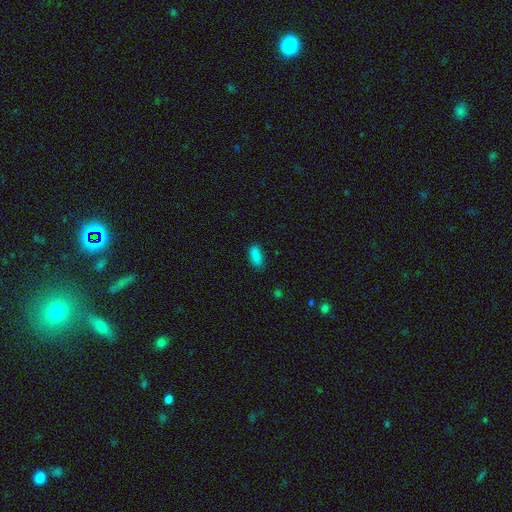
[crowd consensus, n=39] Morphology: type=smooth (90%); roundness=in between (80%); merging=none (97%).